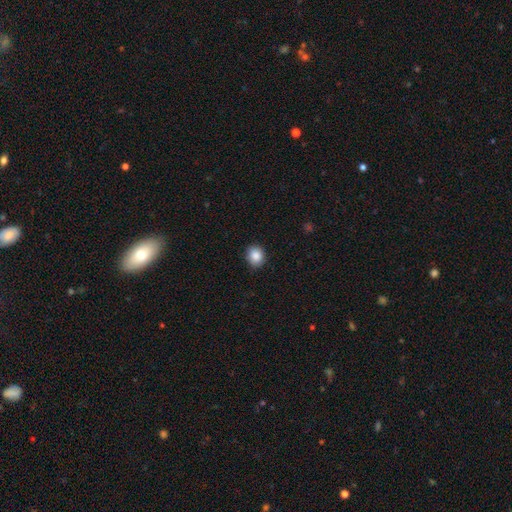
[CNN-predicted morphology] The model was most divided on "how rounded": round: 72%, in between: 27%, cigar-shaped: 1%. More confident: merging — none (88%); smooth or featured — smooth (88%).